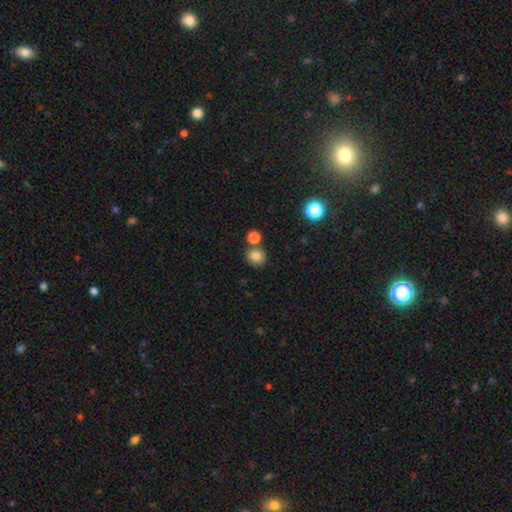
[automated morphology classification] Q: Smooth or featured?
A: smooth (83%); runner-up: star or artifact (12%)
Q: How rounded?
A: round (82%); runner-up: in between (17%)
Q: Merging?
A: none (72%); runner-up: merger (16%)